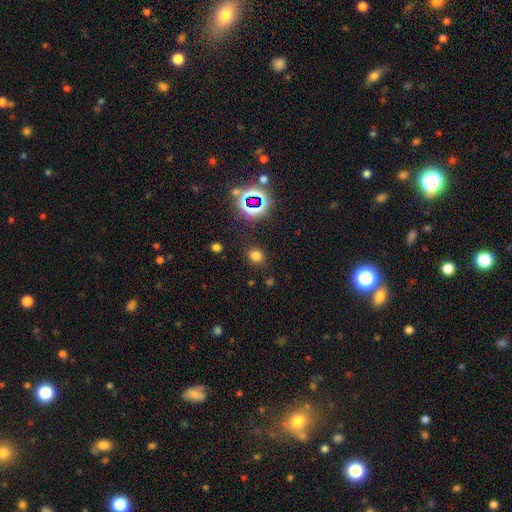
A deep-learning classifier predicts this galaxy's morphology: type=smooth (70%); roundness=round (70%); merging=none (84%).